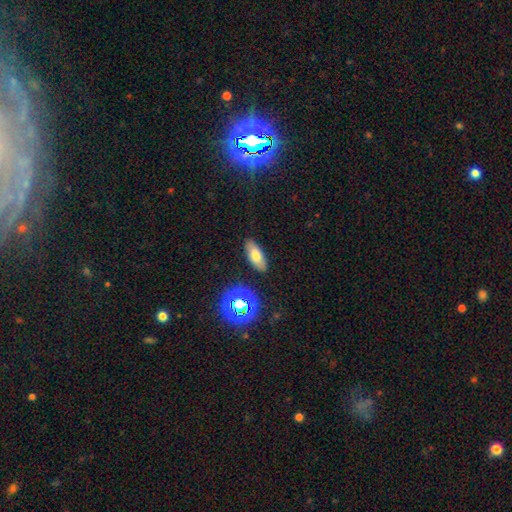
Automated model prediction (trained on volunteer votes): smooth_or_featured: smooth (p=0.69) [alt: featured or disk p=0.18]
how_rounded: in between (p=0.80) [alt: cigar-shaped p=0.16]
merging: none (p=0.87) [alt: minor disturbance p=0.09]